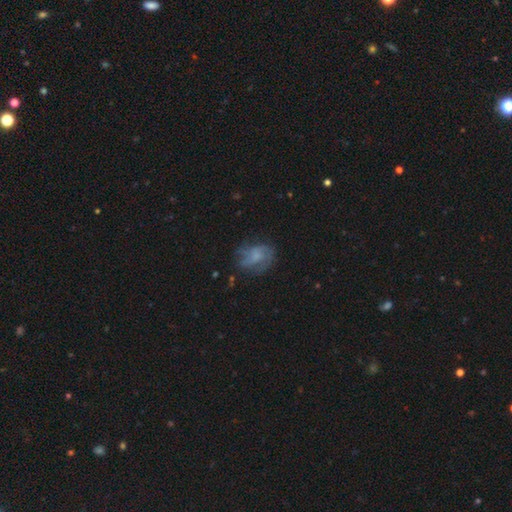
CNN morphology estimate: A featured or disk galaxy (51%). Merging: none (56%).